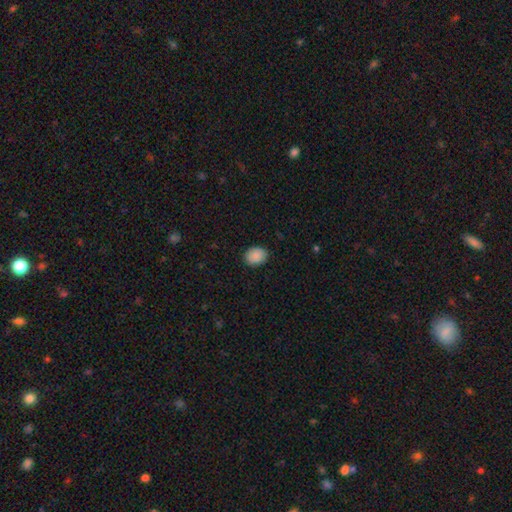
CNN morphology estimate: The model was most divided on "how rounded": in between: 53%, round: 46%, cigar-shaped: 1%. More confident: smooth or featured — smooth (89%); merging — none (88%).